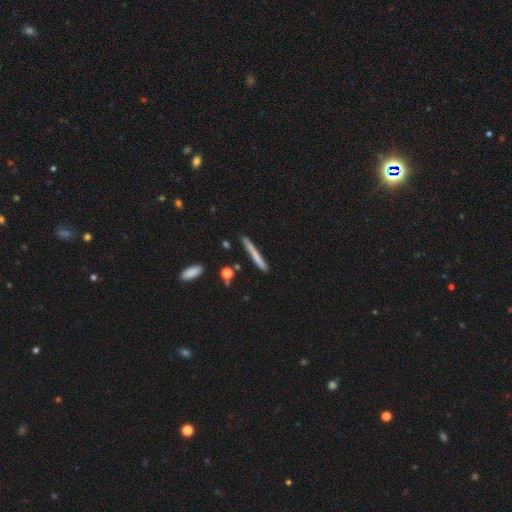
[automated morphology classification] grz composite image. It shows a smooth galaxy with no disk features (62%) that is cigar-shaped (95%). Merging: none (80%).